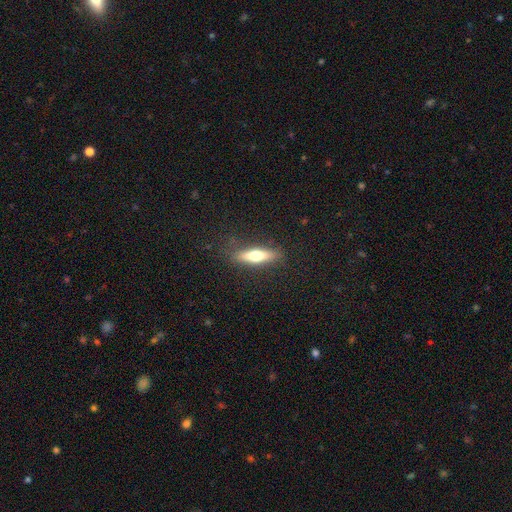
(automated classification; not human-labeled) Q: Smooth or featured?
A: smooth (56%); runner-up: featured or disk (37%)
Q: How rounded?
A: cigar-shaped (69%); runner-up: in between (29%)
Q: Merging?
A: none (85%); runner-up: minor disturbance (11%)